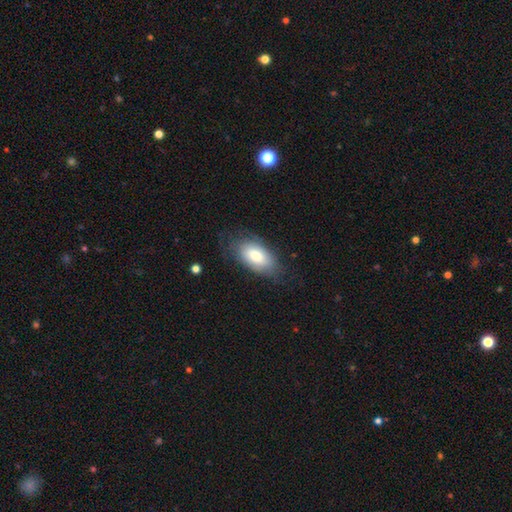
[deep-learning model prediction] Morphology: type=smooth (73%); roundness=in between (93%); merging=none (71%).